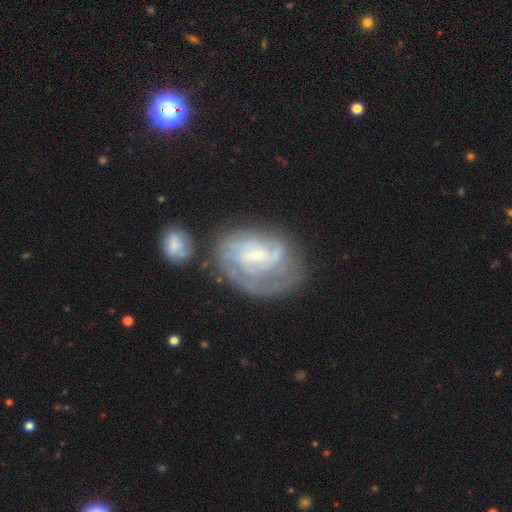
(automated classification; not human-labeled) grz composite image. It shows a featured or disk galaxy (76%) with a weak bar (53%), tight (46%) spiral arms (86%) and a small central bulge (63%). Merging: none (47%).